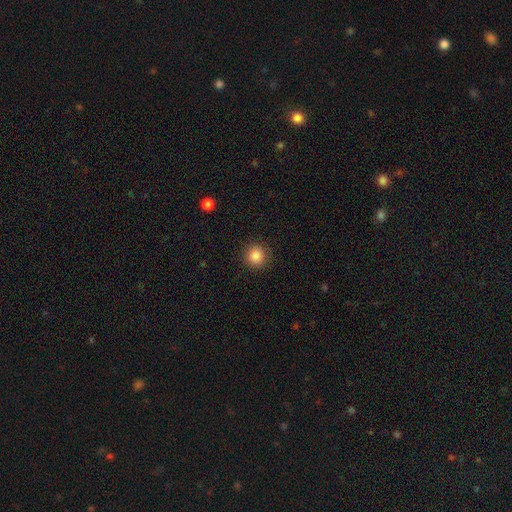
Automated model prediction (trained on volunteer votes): This is clearly a smooth galaxy (86%). How rounded: clearly round (92%). Merging: clearly none (89%).